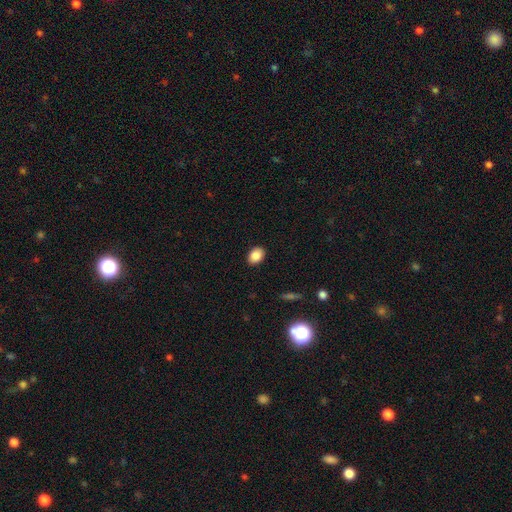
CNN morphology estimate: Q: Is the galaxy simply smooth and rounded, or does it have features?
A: smooth — 87%.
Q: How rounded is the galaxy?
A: in between — 72%.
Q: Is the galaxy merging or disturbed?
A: none — 89%.